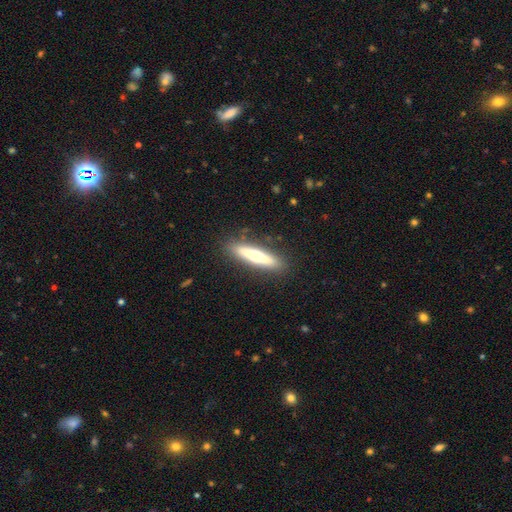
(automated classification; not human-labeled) This appears to be a smooth galaxy with no disk features (56%) that is cigar-shaped (84%). Merging: none (88%).